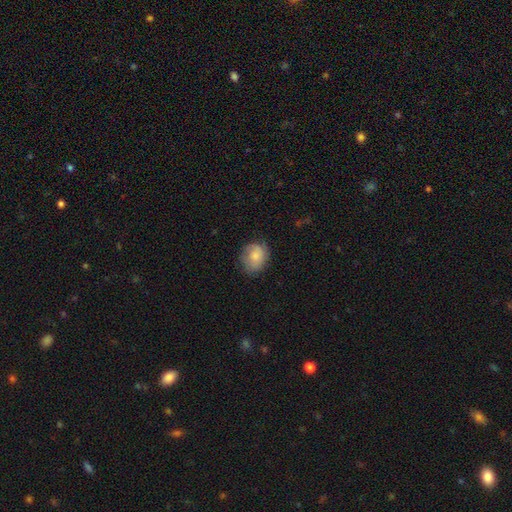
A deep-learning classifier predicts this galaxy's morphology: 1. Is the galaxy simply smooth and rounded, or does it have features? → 75% smooth, 18% featured or disk, 7% star or artifact.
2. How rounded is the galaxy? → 58% round, 41% in between, 1% cigar-shaped.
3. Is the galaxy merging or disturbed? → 66% none, 25% minor disturbance, 8% major disturbance, 1% merger.